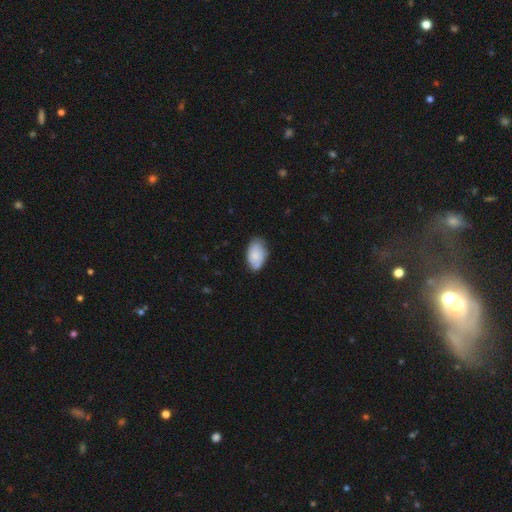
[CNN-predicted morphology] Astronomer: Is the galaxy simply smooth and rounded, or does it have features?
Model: smooth — 77%.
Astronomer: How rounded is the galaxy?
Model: in between — 93%.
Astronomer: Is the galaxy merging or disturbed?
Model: none — 69%.